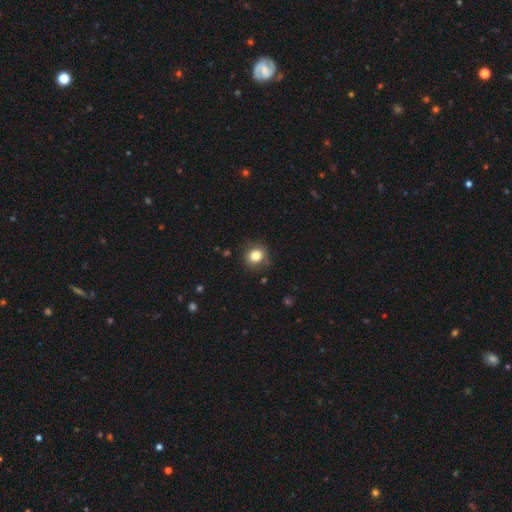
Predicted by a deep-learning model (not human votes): This appears to be a smooth galaxy with no disk features (82%) that is round (84%). Merging: none (86%).